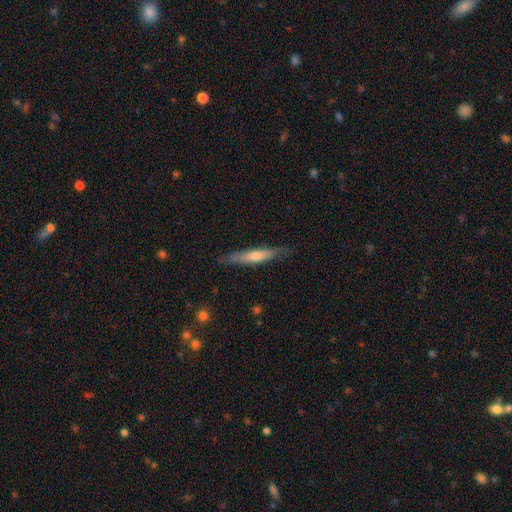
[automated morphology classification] Smooth or featured: featured or disk — 58% (smooth — 36%)
Edge-on disk: yes — 91% (no — 9%)
Edge-on bulge: rounded — 64% (none — 26%)
Merging: none — 85% (minor disturbance — 12%)